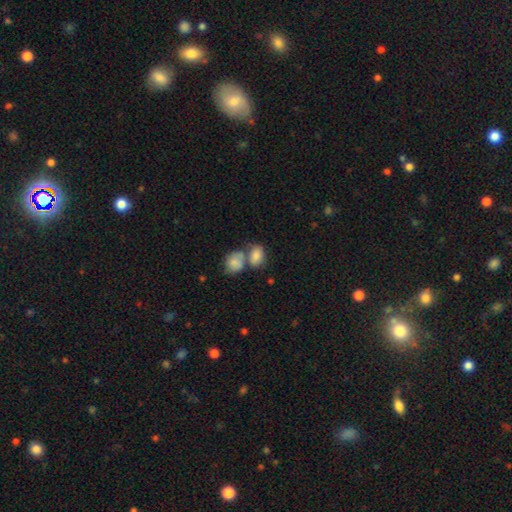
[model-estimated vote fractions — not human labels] Smooth or featured?
  - smooth: 82% *
  - featured or disk: 10%
  - star or artifact: 8%
How rounded?
  - in between: 76% *
  - round: 22%
  - cigar-shaped: 1%
Merging?
  - merger: 49% *
  - none: 34%
  - minor disturbance: 12%
  - major disturbance: 5%